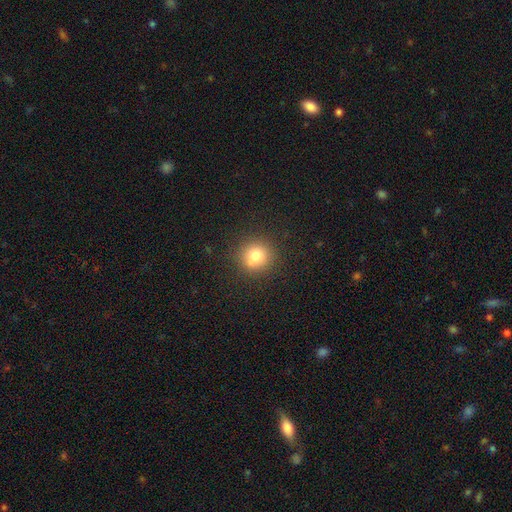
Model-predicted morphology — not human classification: smooth 77%, star or artifact 13%, featured or disk 9%. Down the decision tree: how rounded — round (92%); merging — none (84%).